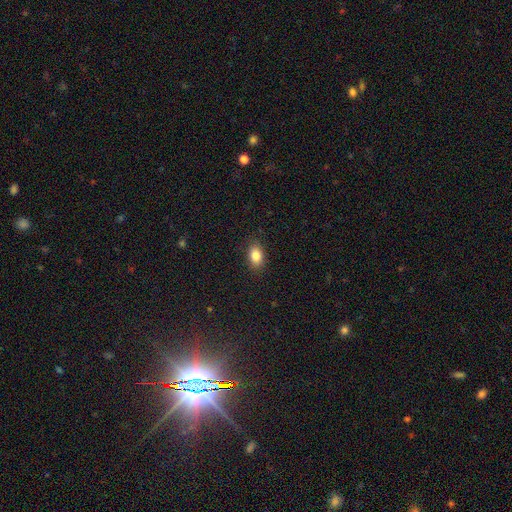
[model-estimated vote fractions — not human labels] Morphology: type=smooth (85%); roundness=in between (82%); merging=none (87%).